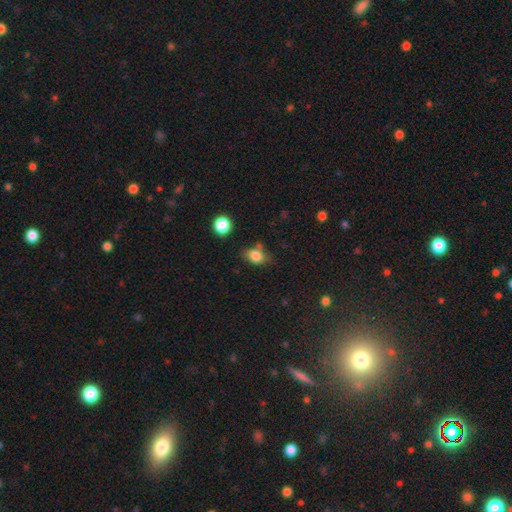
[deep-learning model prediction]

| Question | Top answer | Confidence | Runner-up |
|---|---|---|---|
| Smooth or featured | smooth | 81% | star or artifact (10%) |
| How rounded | in between | 73% | round (25%) |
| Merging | none | 64% | minor disturbance (22%) |